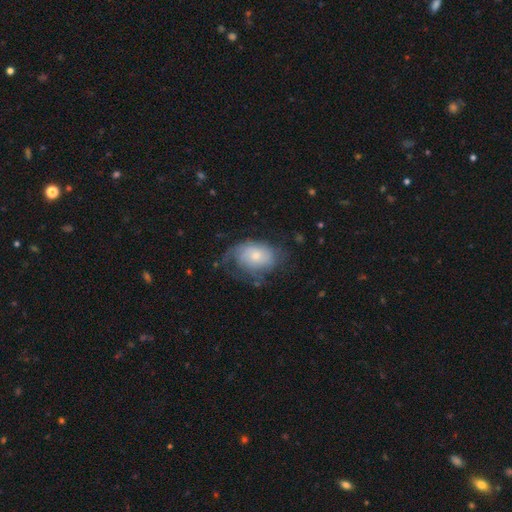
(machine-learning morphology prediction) featured or disk 58%, smooth 35%, star or artifact 7%. Down the decision tree: edge-on disk — no (96%); bar — no (79%); spiral arms — yes (80%); bulge size — small (56%); merging — none (46%).